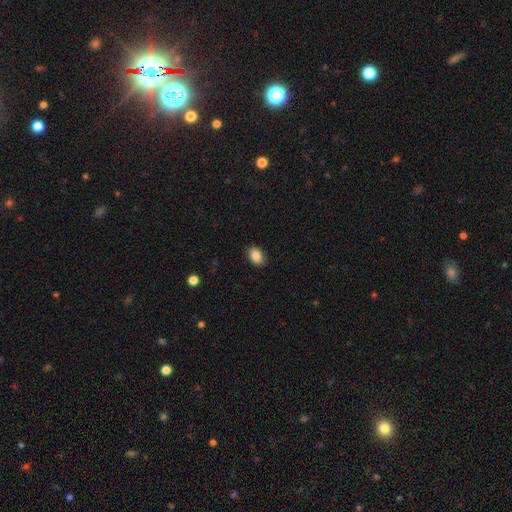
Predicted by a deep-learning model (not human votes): smooth-or-featured: smooth: 88% | star or artifact: 8% | featured or disk: 4%
  how-rounded: in between: 82% | round: 17% | cigar-shaped: 1%
  merging: none: 87% | minor disturbance: 9% | major disturbance: 2% | merger: 1%